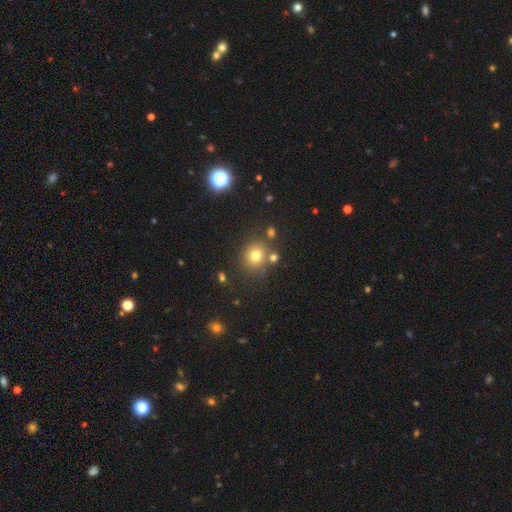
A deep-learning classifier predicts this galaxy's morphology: smooth 74%, star or artifact 17%, featured or disk 9%. Down the decision tree: how rounded — round (86%); merging — none (76%).